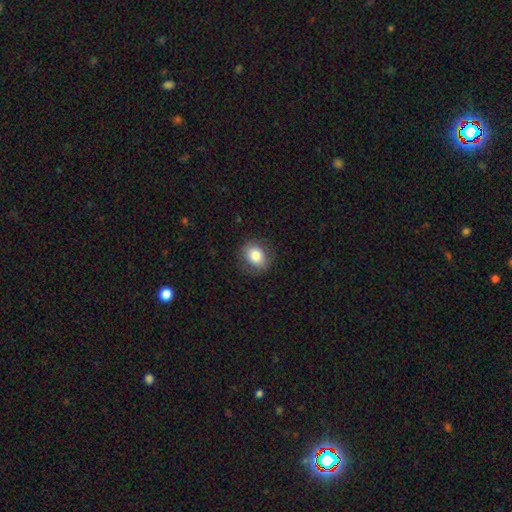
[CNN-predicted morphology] Smooth or featured: smooth — 81% (featured or disk — 10%)
How rounded: round — 57% (in between — 42%)
Merging: none — 84% (minor disturbance — 11%)